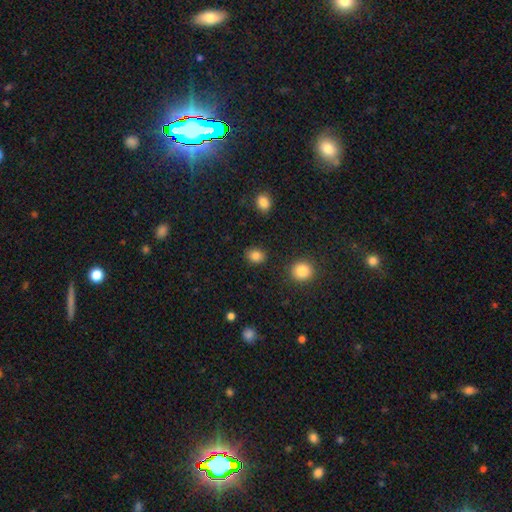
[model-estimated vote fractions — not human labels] This is clearly a smooth galaxy (85%). How rounded: possibly round (53%). Merging: clearly none (88%).